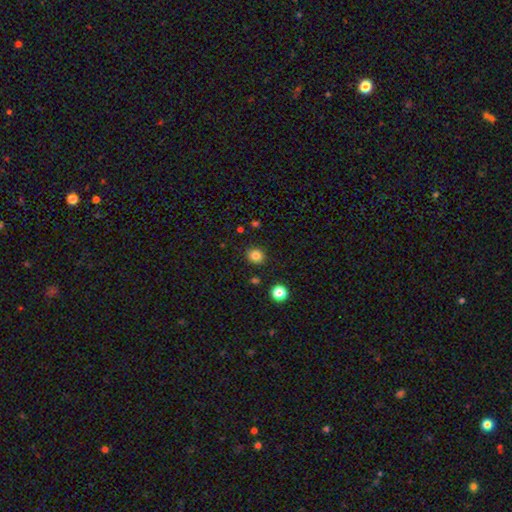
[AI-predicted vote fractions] This appears to be a smooth galaxy with no disk features (83%) that is round (84%). Merging: none (89%).